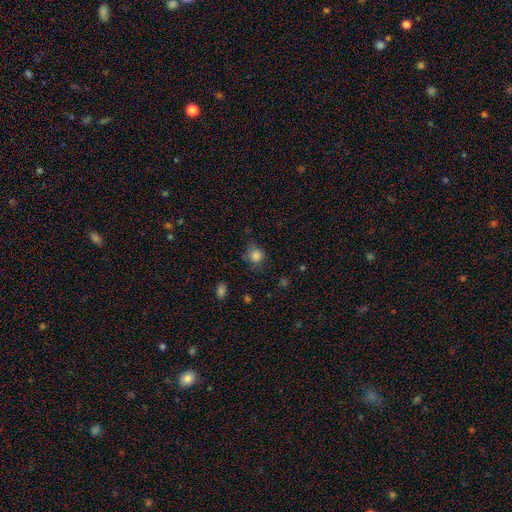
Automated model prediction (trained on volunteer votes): smooth_or_featured: smooth (p=0.83) [alt: star or artifact p=0.11]
how_rounded: round (p=0.81) [alt: in between p=0.18]
merging: none (p=0.62) [alt: minor disturbance p=0.26]